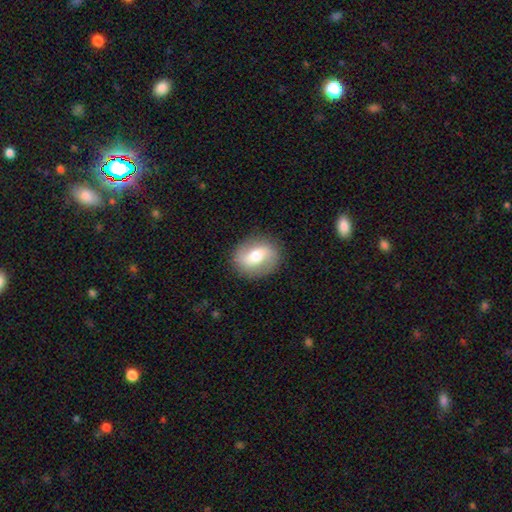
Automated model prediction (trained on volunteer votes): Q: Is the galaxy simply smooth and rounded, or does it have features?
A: featured or disk — 51%.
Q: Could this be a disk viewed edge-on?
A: no — 92%.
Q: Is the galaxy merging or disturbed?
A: none — 85%.